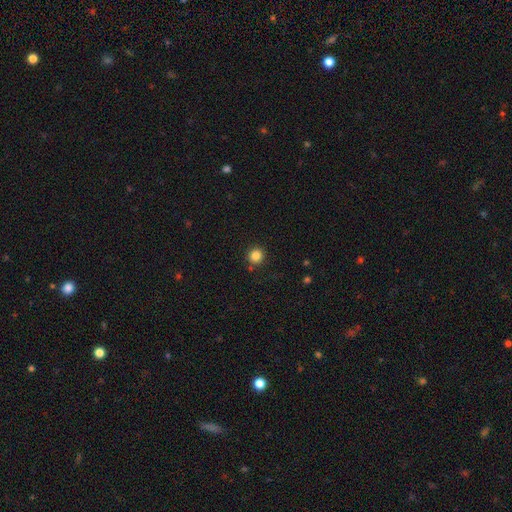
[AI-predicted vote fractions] Overall: smooth (84%). How rounded: round (93%). Merging: none (87%).